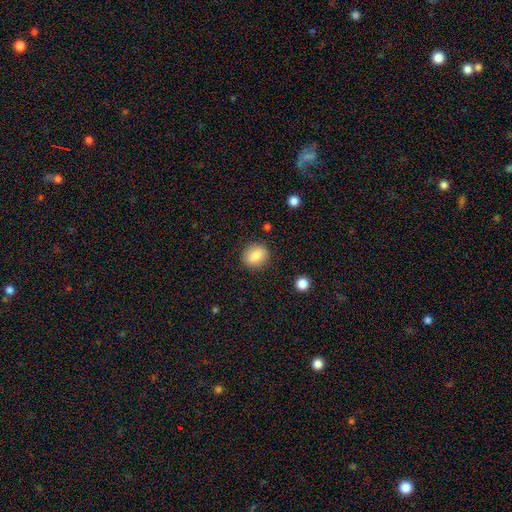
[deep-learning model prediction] Smooth or featured: smooth — 84% (star or artifact — 9%)
How rounded: round — 62% (in between — 37%)
Merging: none — 86% (minor disturbance — 10%)